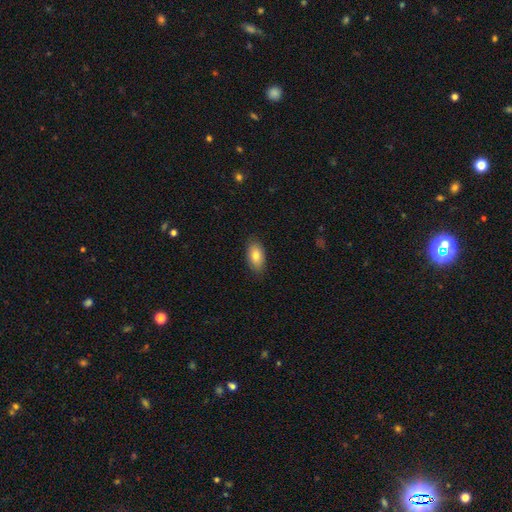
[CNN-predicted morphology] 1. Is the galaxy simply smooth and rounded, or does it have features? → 80% smooth, 13% featured or disk, 7% star or artifact.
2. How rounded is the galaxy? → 92% in between, 4% round, 3% cigar-shaped.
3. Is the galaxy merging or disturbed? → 86% none, 10% minor disturbance, 2% major disturbance, 1% merger.